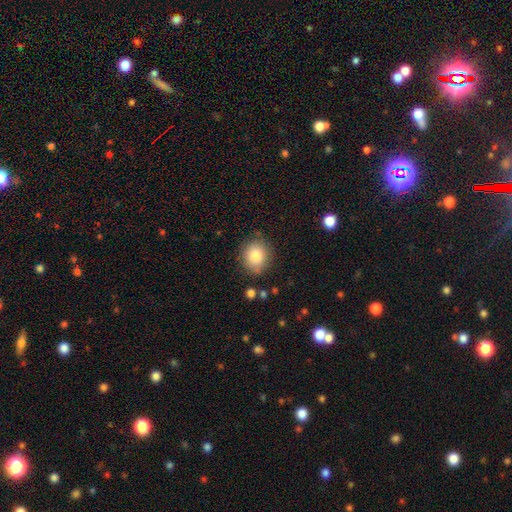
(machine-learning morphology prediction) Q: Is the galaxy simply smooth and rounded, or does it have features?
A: smooth — 82%.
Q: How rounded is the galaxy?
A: round — 79%.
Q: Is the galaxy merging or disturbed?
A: none — 84%.